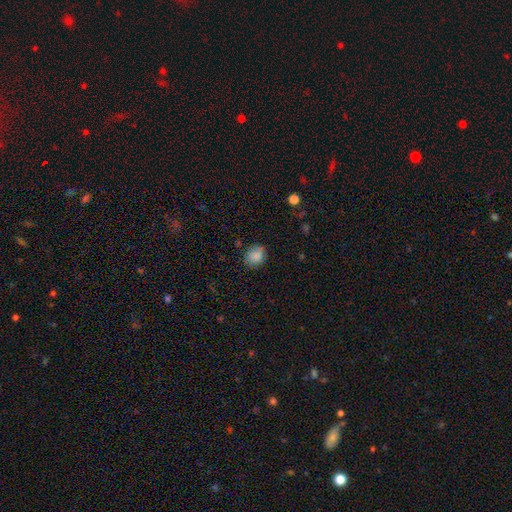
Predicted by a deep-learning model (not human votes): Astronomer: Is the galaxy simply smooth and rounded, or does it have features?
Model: smooth — 85%.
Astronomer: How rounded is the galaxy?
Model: round — 71%.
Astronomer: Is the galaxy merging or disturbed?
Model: none — 79%.